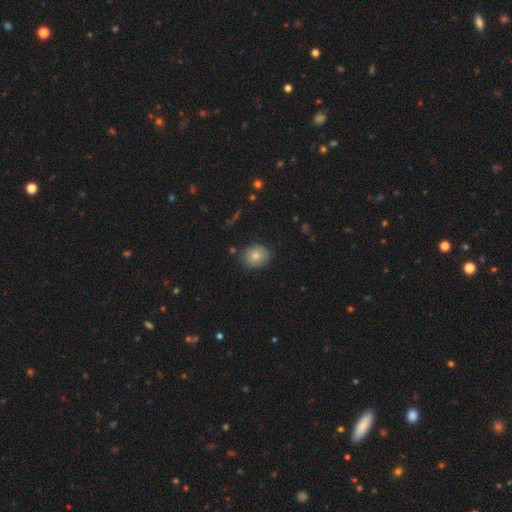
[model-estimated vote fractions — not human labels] Q: Smooth or featured?
A: smooth (77%); runner-up: featured or disk (14%)
Q: How rounded?
A: round (67%); runner-up: in between (32%)
Q: Merging?
A: none (80%); runner-up: minor disturbance (15%)